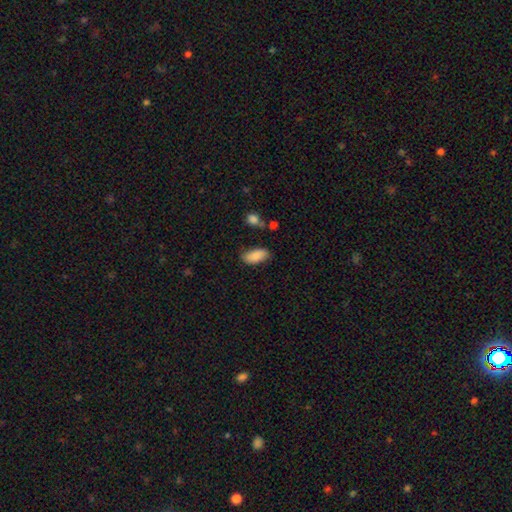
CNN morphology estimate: Smooth or featured: smooth — 86% (featured or disk — 7%)
How rounded: in between — 91% (cigar-shaped — 7%)
Merging: none — 74% (minor disturbance — 19%)